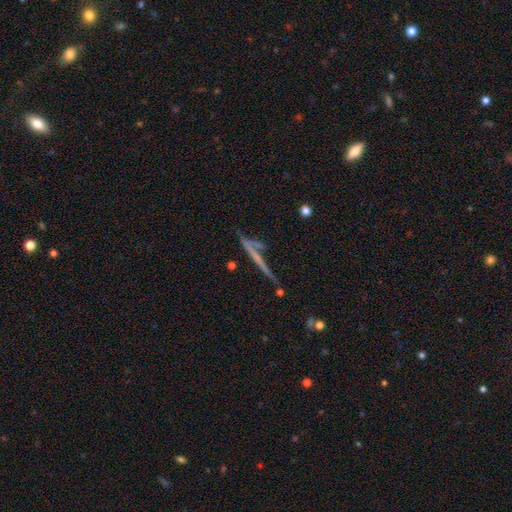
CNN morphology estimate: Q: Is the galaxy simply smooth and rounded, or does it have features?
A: featured or disk — 54%.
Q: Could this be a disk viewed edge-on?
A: yes — 88%.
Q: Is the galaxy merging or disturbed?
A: none — 57%.